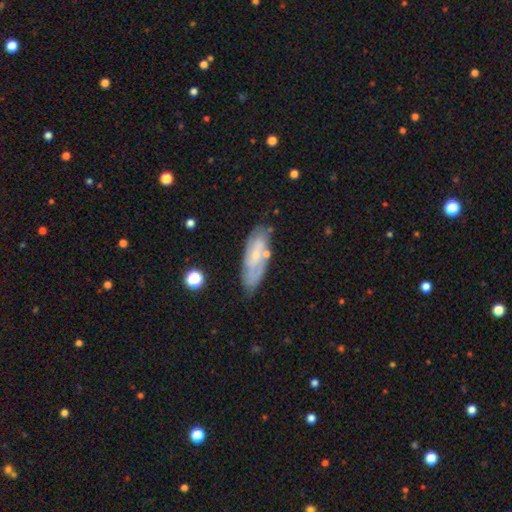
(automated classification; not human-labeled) A featured or disk galaxy (60%) with no bar (49%), spiral arms (77%) and a small central bulge (68%). Merging: none (69%).